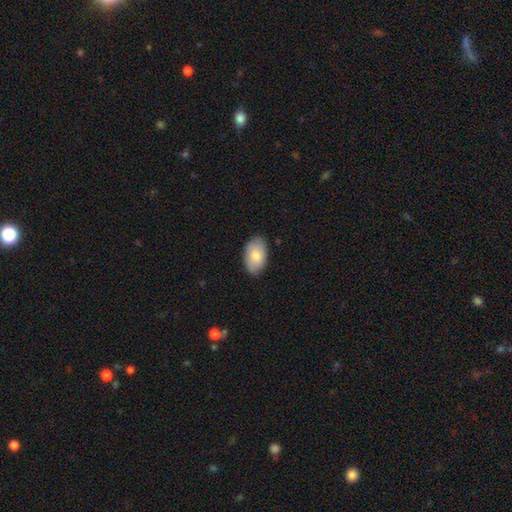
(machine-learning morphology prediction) This is likely a smooth galaxy (80%). How rounded: clearly in between (94%). Merging: clearly none (82%).